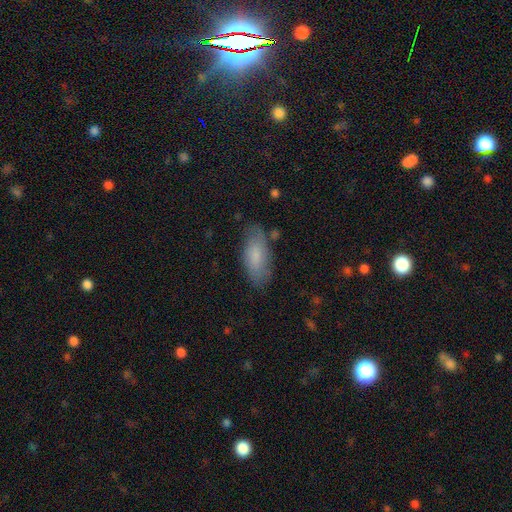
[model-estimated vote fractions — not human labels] Morphology: type=smooth (79%); roundness=in between (84%); merging=none (76%).